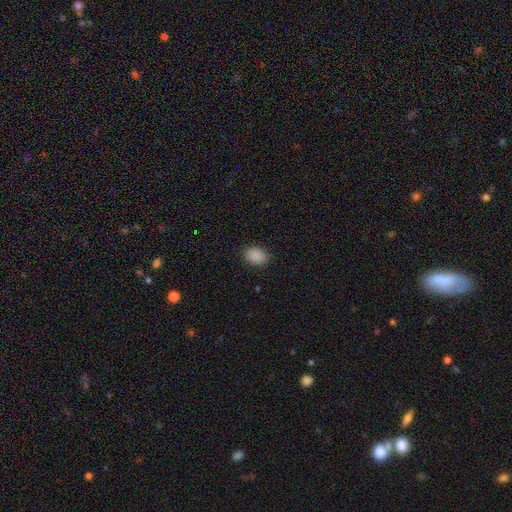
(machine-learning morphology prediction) This is clearly a smooth galaxy (89%). How rounded: likely in between (71%). Merging: clearly none (87%).